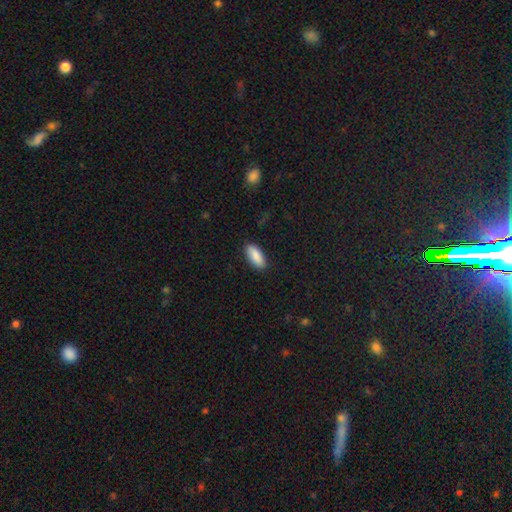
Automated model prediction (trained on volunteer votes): Smooth or featured? smooth (89%)
How rounded? in between (84%)
Merging? none (89%)